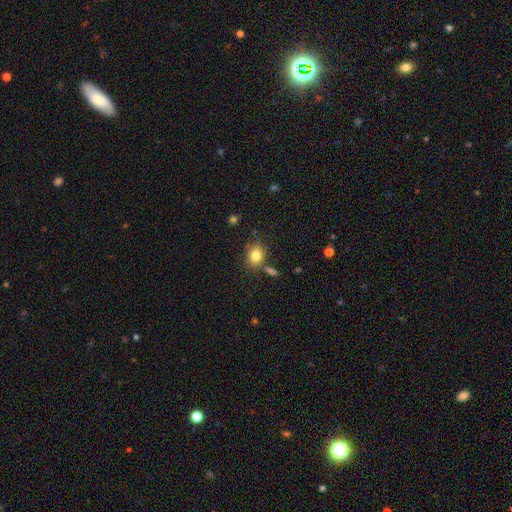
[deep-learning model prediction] This appears to be a smooth galaxy with no disk features (82%) that is in between round and cigar-shaped (50%). Merging: none (72%).